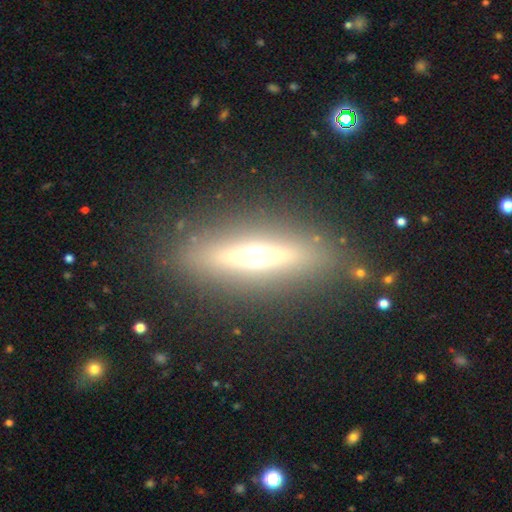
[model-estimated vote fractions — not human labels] A featured or disk galaxy (61%) viewed edge-on (88%) with a rounded central bulge (91%). Merging: none (86%).